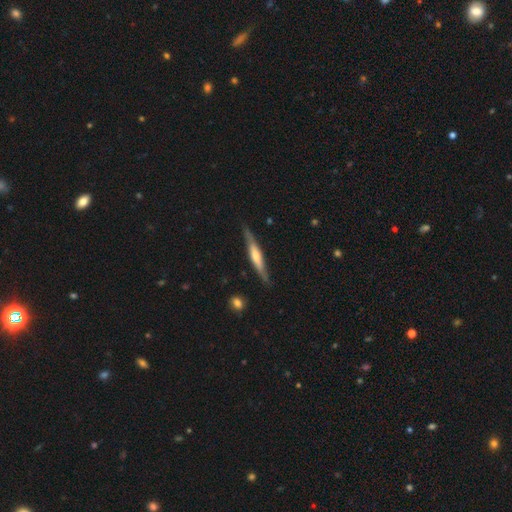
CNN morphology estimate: smooth_or_featured: featured or disk (p=0.62) [alt: smooth p=0.33]
disk_edge_on: yes (p=0.95) [alt: no p=0.05]
edge_on_bulge: rounded (p=0.61) [alt: none p=0.20]
merging: none (p=0.84) [alt: minor disturbance p=0.12]